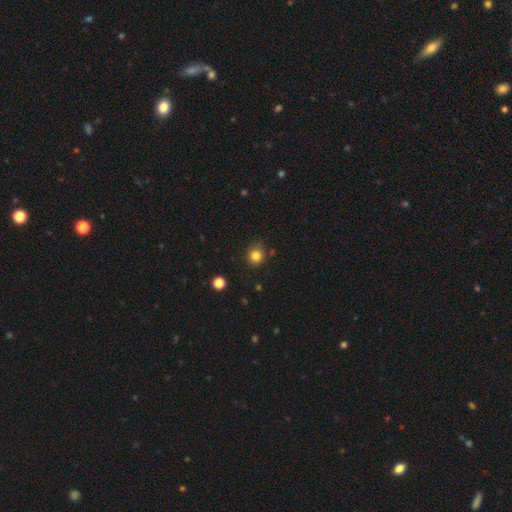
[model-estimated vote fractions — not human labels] Smooth or featured? smooth (82%)
How rounded? round (89%)
Merging? none (81%)